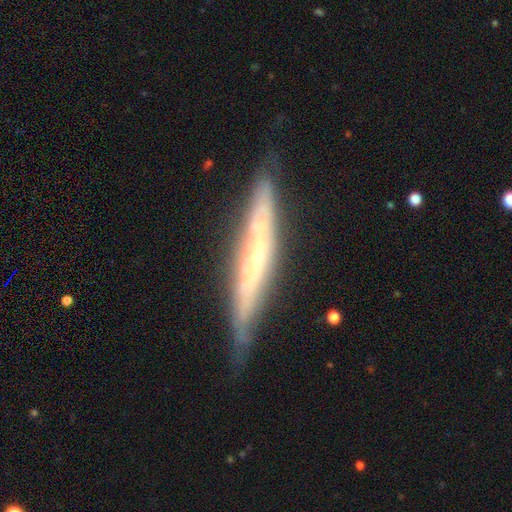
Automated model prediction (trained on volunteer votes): smooth_or_featured: featured or disk (p=0.71) [alt: smooth p=0.22]
disk_edge_on: yes (p=0.80) [alt: no p=0.20]
edge_on_bulge: none (p=0.53) [alt: rounded p=0.41]
merging: none (p=0.74) [alt: minor disturbance p=0.20]